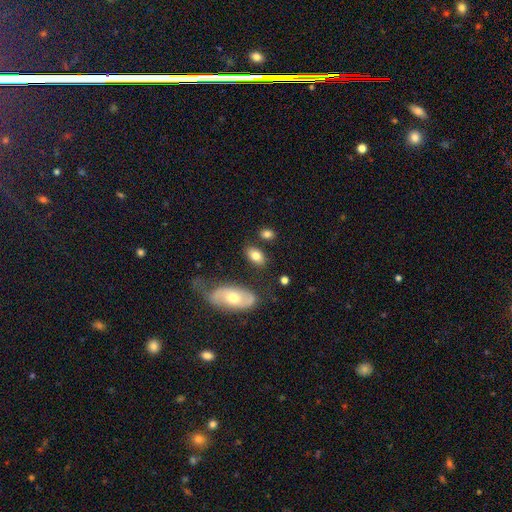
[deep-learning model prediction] A smooth galaxy with no disk features (78%) that is in between round and cigar-shaped (91%). Merging: none (76%).